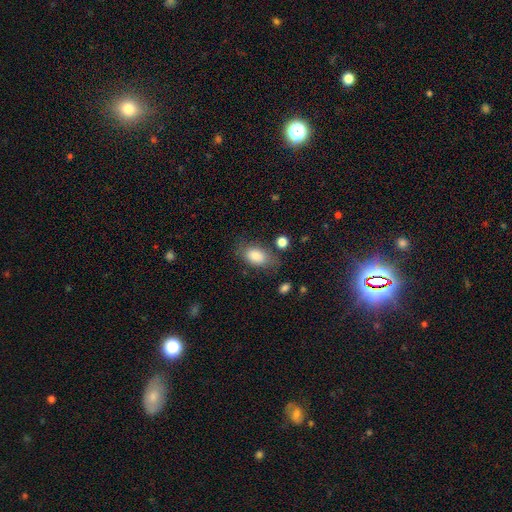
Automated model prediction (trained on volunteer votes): Smooth or featured: smooth — 82% (featured or disk — 10%)
How rounded: in between — 88% (round — 10%)
Merging: none — 69% (minor disturbance — 19%)